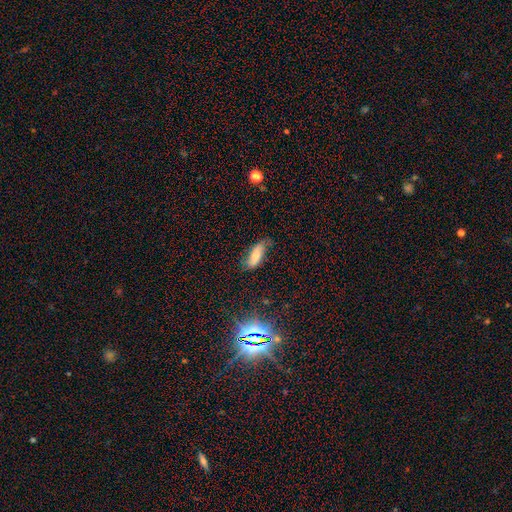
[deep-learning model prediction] This is possibly a smooth galaxy (58%). How rounded: likely in between (72%). Merging: possibly none (58%).